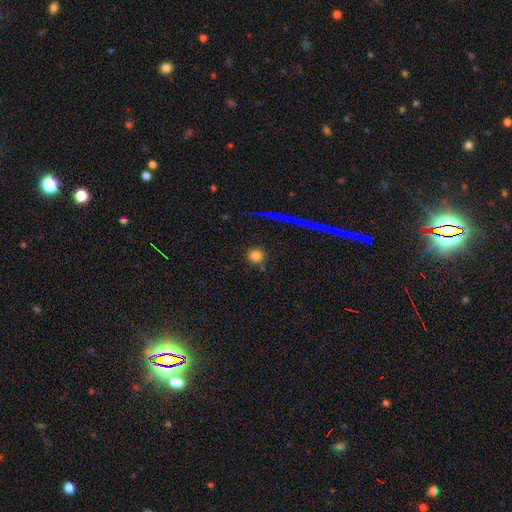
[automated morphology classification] The model was most divided on "smooth or featured": smooth: 79%, star or artifact: 15%, featured or disk: 6%. More confident: how rounded — round (94%); merging — none (87%).